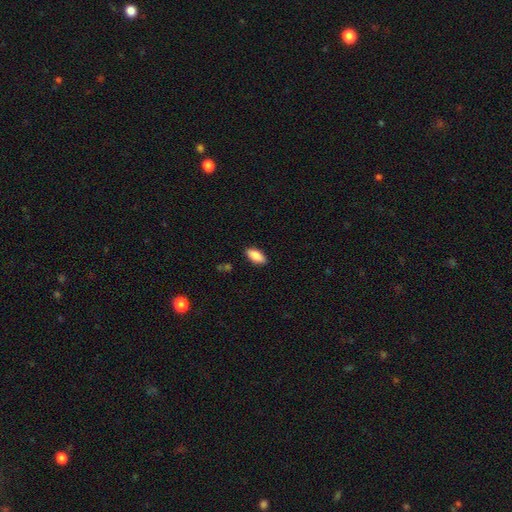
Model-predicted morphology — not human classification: Smooth or featured? Predicted: smooth (p=0.88). How rounded? Predicted: in between (p=0.87). Merging? Predicted: none (p=0.88).